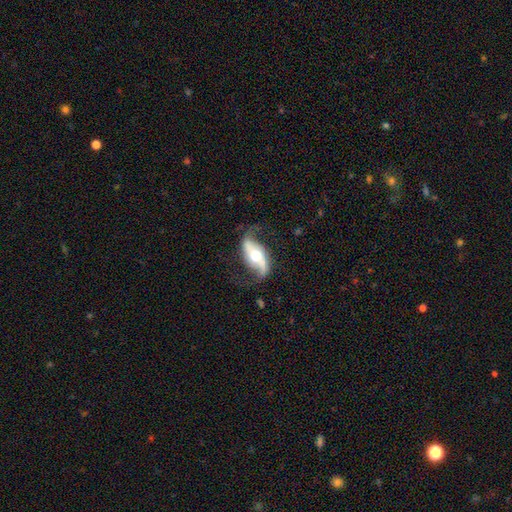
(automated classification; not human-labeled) Q: Smooth or featured?
A: featured or disk (82%); runner-up: smooth (13%)
Q: Edge-on disk?
A: no (90%); runner-up: yes (10%)
Q: Bar?
A: no (36%); tied with: strong (36%)
Q: Spiral arms?
A: yes (92%); runner-up: no (8%)
Q: Spiral winding?
A: loose (74%); runner-up: medium (20%)
Q: Spiral arm count?
A: 2 (92%); runner-up: can't tell (3%)
Q: Bulge size?
A: moderate (65%); runner-up: large (17%)
Q: Merging?
A: none (69%); runner-up: minor disturbance (18%)